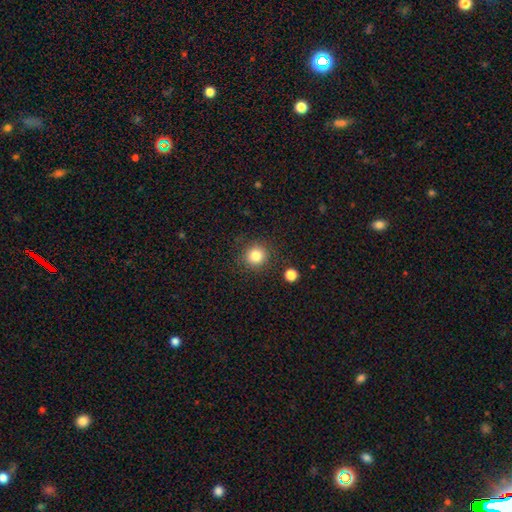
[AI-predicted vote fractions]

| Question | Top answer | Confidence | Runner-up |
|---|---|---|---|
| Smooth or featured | smooth | 83% | star or artifact (12%) |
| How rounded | round | 92% | in between (7%) |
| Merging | none | 87% | minor disturbance (7%) |